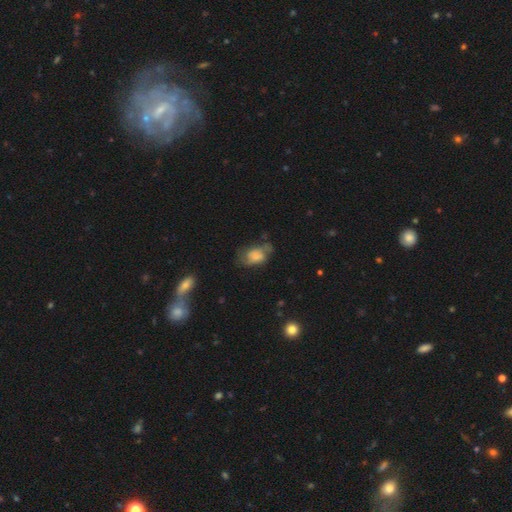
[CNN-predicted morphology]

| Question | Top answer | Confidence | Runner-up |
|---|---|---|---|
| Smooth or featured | smooth | 59% | featured or disk (32%) |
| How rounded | in between | 82% | round (16%) |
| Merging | none | 39% | minor disturbance (31%) |